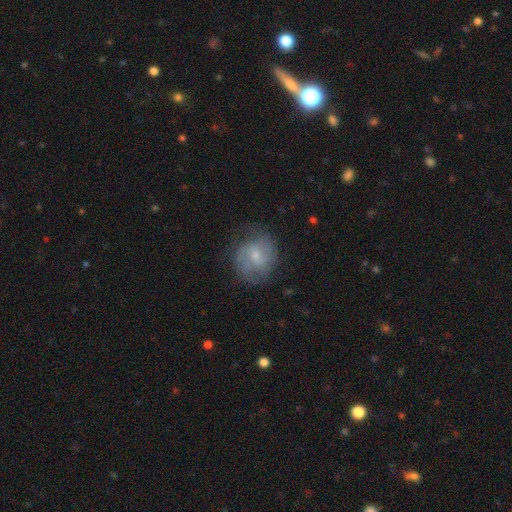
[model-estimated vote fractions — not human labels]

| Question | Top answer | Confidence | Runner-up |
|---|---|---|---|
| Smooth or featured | featured or disk | 66% | smooth (27%) |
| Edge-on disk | no | 98% | yes (2%) |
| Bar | weak | 48% | no (44%) |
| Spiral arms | yes | 89% | no (11%) |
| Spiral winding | medium | 47% | tight (34%) |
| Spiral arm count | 2 | 68% | can't tell (18%) |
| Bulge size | small | 60% | moderate (33%) |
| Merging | none | 70% | minor disturbance (20%) |